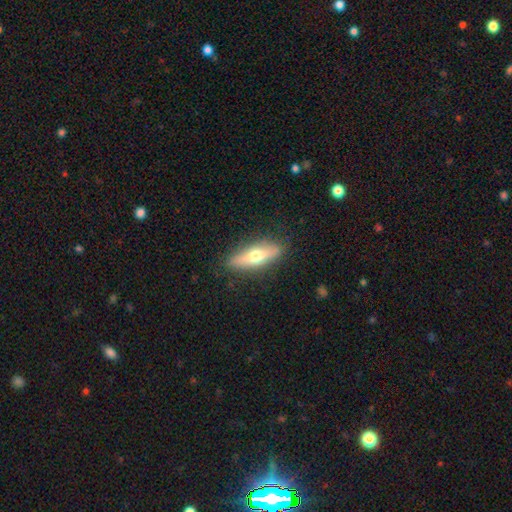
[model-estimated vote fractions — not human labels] Smooth or featured? Predicted: smooth (p=0.50). Merging? Predicted: none (p=0.87).